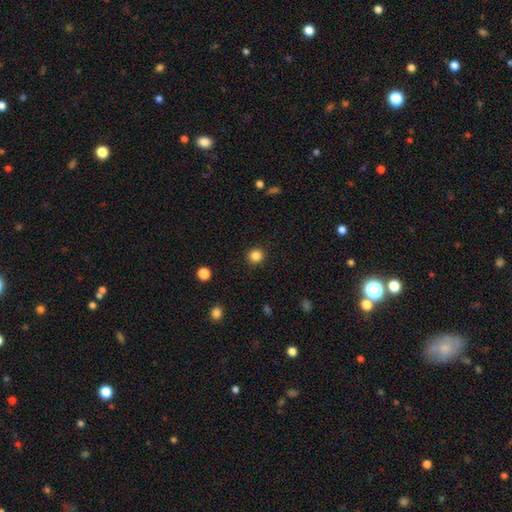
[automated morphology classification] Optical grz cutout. It shows a smooth galaxy with no disk features (84%) that is round (94%). Merging: none (91%).